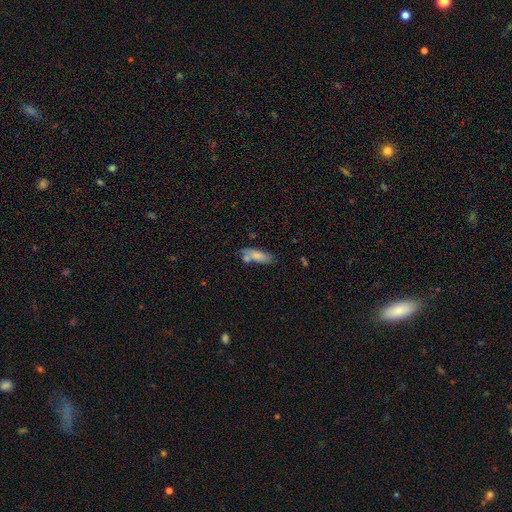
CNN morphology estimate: Smooth or featured? smooth (77%)
How rounded? in between (62%)
Merging? none (51%)